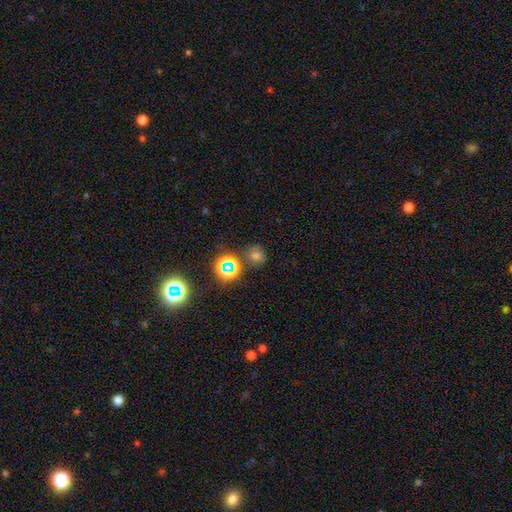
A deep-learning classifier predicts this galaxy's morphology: smooth_or_featured: smooth (p=0.55) [alt: star or artifact p=0.36]
how_rounded: round (p=0.83) [alt: in between p=0.16]
merging: none (p=0.80) [alt: minor disturbance p=0.10]